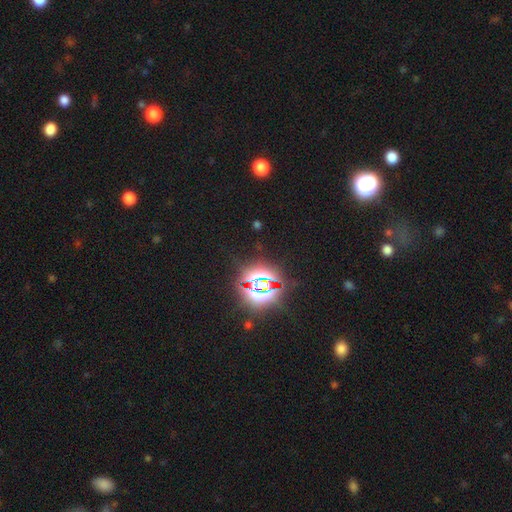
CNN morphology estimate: A star or artifact, not a galaxy (82%).

Vote fractions:
- Smooth or featured? star or artifact: 82% / smooth: 11% / featured or disk: 6%